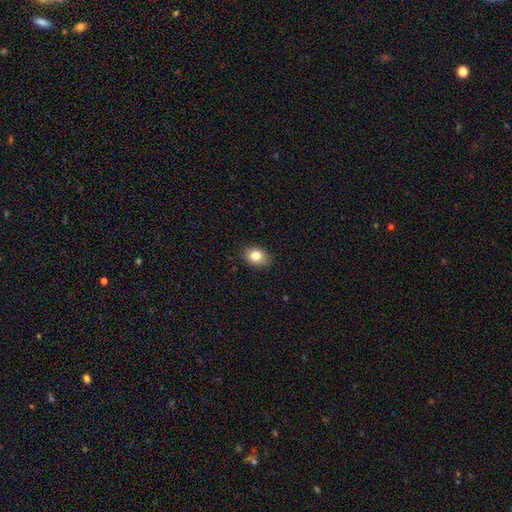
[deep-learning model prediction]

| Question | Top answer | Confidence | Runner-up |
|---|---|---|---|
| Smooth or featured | smooth | 83% | star or artifact (9%) |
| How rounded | in between | 70% | round (29%) |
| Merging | none | 87% | minor disturbance (10%) |